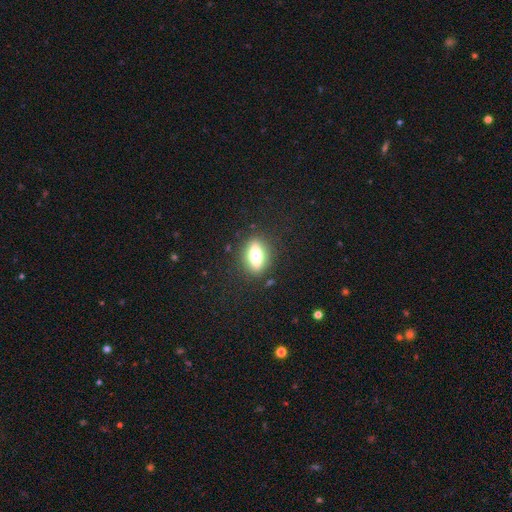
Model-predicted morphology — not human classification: A smooth galaxy with no disk features (59%) that is in between round and cigar-shaped (69%).

Vote fractions:
- Smooth or featured? smooth: 59% / featured or disk: 32% / star or artifact: 9%
- How rounded? in between: 69% / cigar-shaped: 21% / round: 10%
- Merging? none: 86% / minor disturbance: 10% / major disturbance: 4% / merger: 1%